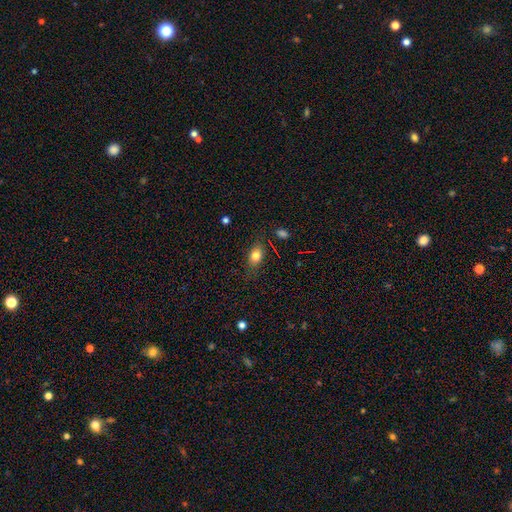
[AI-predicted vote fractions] Smooth or featured: smooth — 79% (featured or disk — 11%)
How rounded: in between — 78% (round — 17%)
Merging: none — 77% (minor disturbance — 16%)